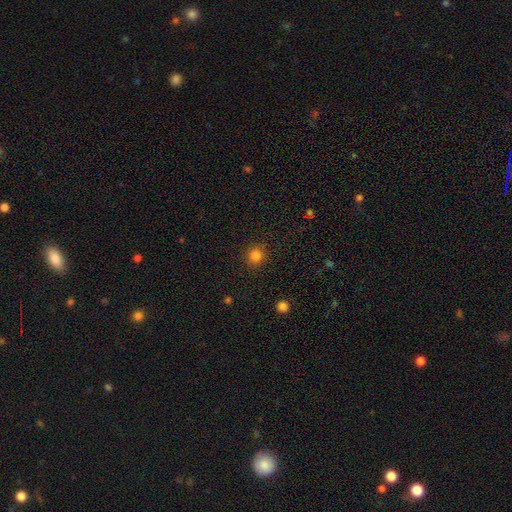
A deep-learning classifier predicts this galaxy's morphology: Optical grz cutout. It shows a smooth galaxy with no disk features (82%) that is round (90%). Merging: none (89%).